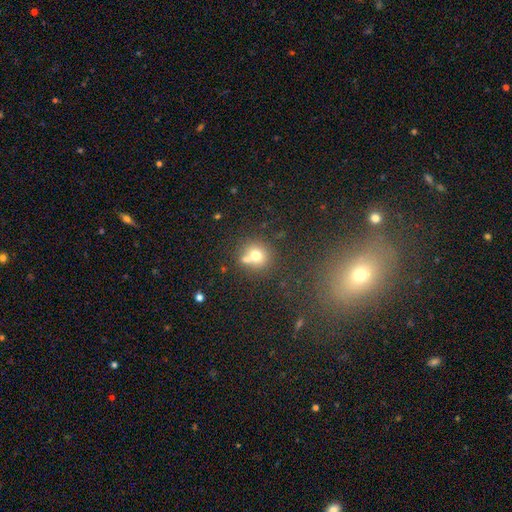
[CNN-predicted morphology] Q: Smooth or featured?
A: smooth (70%); runner-up: featured or disk (16%)
Q: How rounded?
A: round (84%); runner-up: in between (15%)
Q: Merging?
A: none (52%); runner-up: merger (35%)